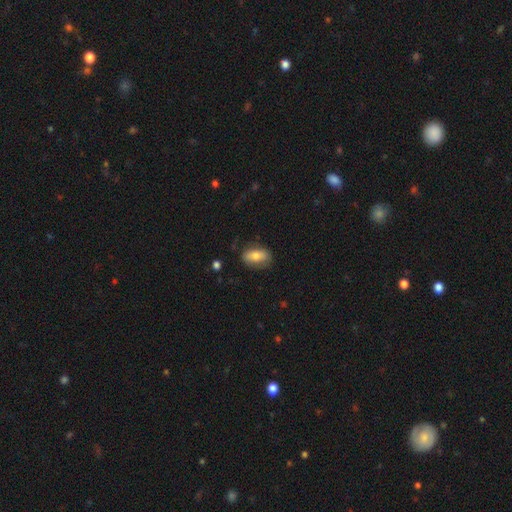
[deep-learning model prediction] Overall: smooth (72%). How rounded: in between (88%). Merging: none (76%).